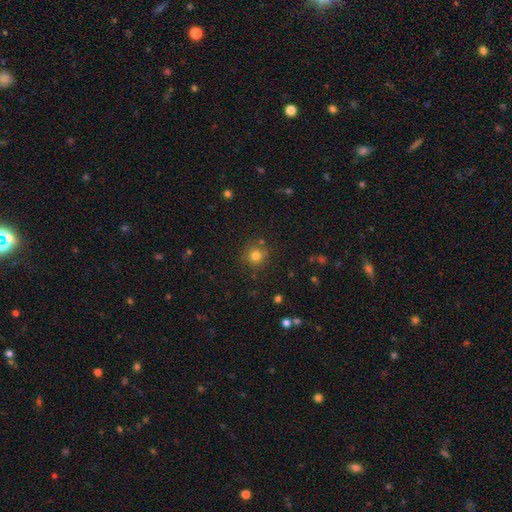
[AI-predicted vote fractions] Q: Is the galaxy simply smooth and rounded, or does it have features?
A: smooth — 78%.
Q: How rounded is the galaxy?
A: round — 92%.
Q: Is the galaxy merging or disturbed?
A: none — 83%.